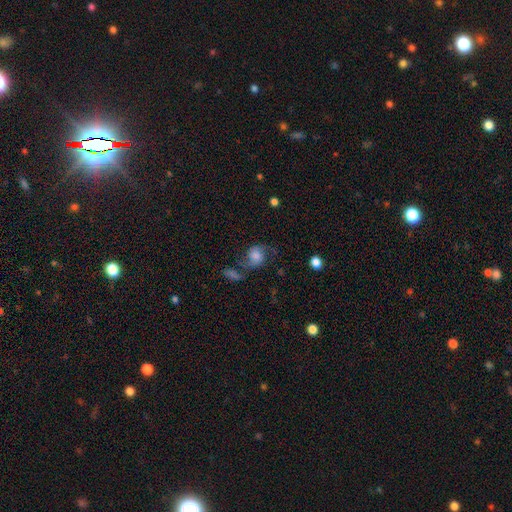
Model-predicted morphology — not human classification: This is likely a featured or disk galaxy (68%). It is clearly not viewed edge-on (98%). Bar: likely no (67%). Spiral arm pattern: clearly yes (93%). Spiral arm count: clearly 2 (91%). Spiral winding: possibly loose (59%). Central bulge: marginally moderate (31%, tied with large). Merging: possibly none (57%).